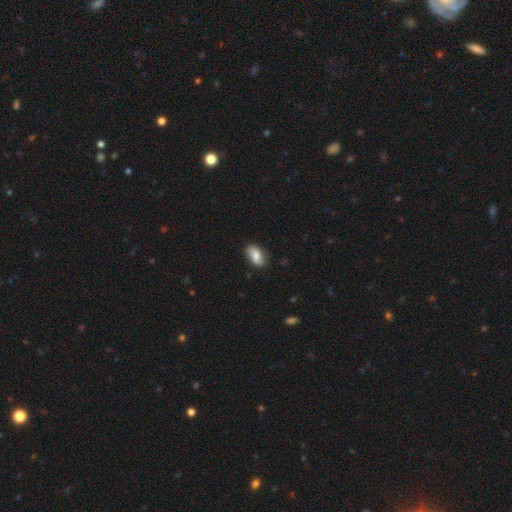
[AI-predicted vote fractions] Smooth or featured? smooth (72%)
How rounded? in between (92%)
Merging? none (80%)